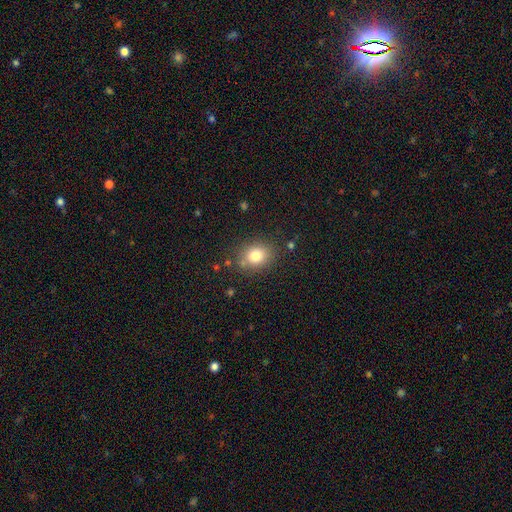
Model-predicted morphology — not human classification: The model was most divided on "how rounded": round: 54%, in between: 45%, cigar-shaped: 1%. More confident: smooth or featured — smooth (80%); merging — none (79%).